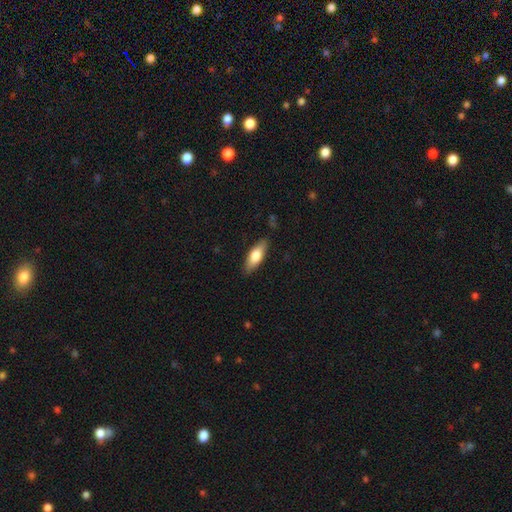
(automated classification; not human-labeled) Smooth or featured?
  - smooth: 70% *
  - featured or disk: 25%
  - star or artifact: 6%
How rounded?
  - in between: 66% *
  - cigar-shaped: 32%
  - round: 2%
Merging?
  - none: 85% *
  - minor disturbance: 11%
  - major disturbance: 2%
  - merger: 1%